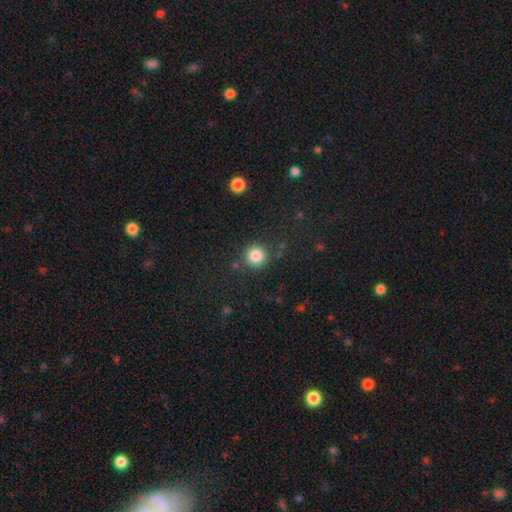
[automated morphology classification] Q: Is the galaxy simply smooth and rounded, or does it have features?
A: smooth — 85%.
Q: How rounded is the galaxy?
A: round — 93%.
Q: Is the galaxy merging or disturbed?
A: none — 86%.